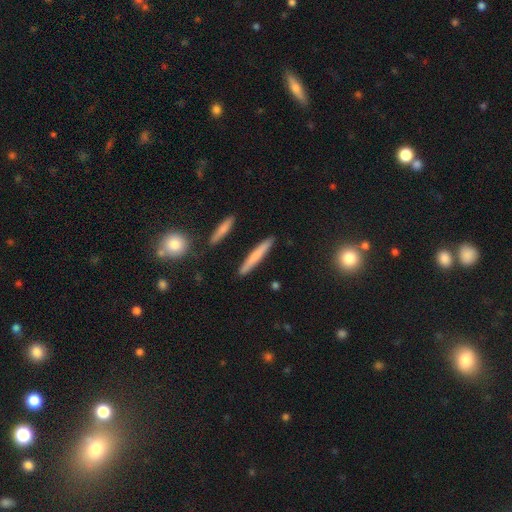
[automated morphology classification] Smooth or featured?
  - smooth: 67% *
  - featured or disk: 27%
  - star or artifact: 6%
How rounded?
  - cigar-shaped: 94% *
  - in between: 4%
  - round: 2%
Merging?
  - none: 90% *
  - minor disturbance: 6%
  - merger: 2%
  - major disturbance: 1%